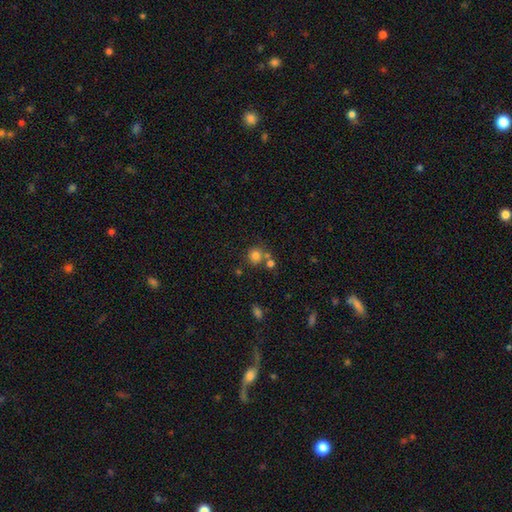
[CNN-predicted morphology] Smooth or featured?
  - smooth: 78% *
  - star or artifact: 14%
  - featured or disk: 8%
How rounded?
  - round: 89% *
  - in between: 10%
  - cigar-shaped: 1%
Merging?
  - none: 63% *
  - merger: 24%
  - minor disturbance: 9%
  - major disturbance: 4%